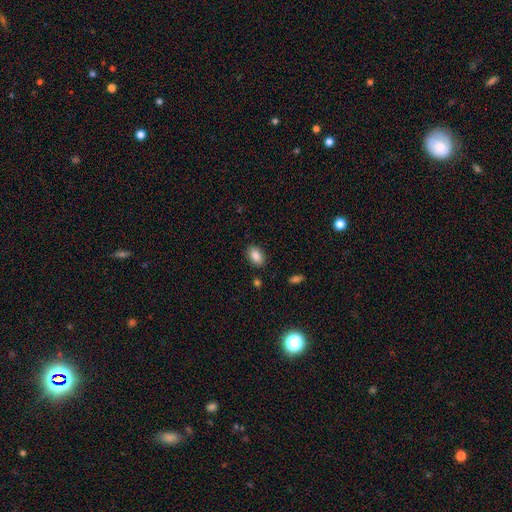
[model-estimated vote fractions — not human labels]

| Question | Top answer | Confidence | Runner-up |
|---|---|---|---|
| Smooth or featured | smooth | 86% | star or artifact (8%) |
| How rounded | in between | 89% | round (10%) |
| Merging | none | 86% | minor disturbance (10%) |